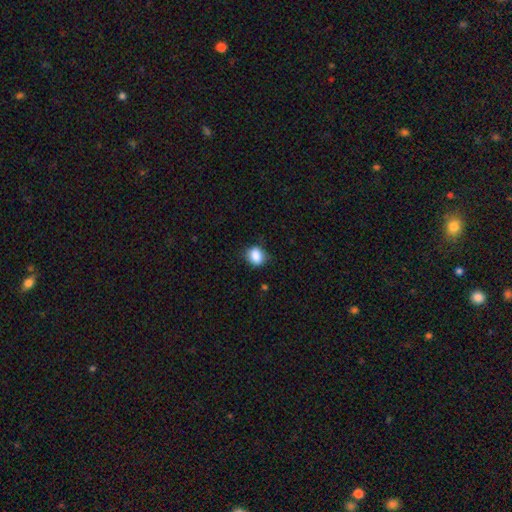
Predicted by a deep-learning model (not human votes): Q: Smooth or featured?
A: smooth (86%); runner-up: star or artifact (9%)
Q: How rounded?
A: round (60%); runner-up: in between (39%)
Q: Merging?
A: none (76%); runner-up: minor disturbance (19%)